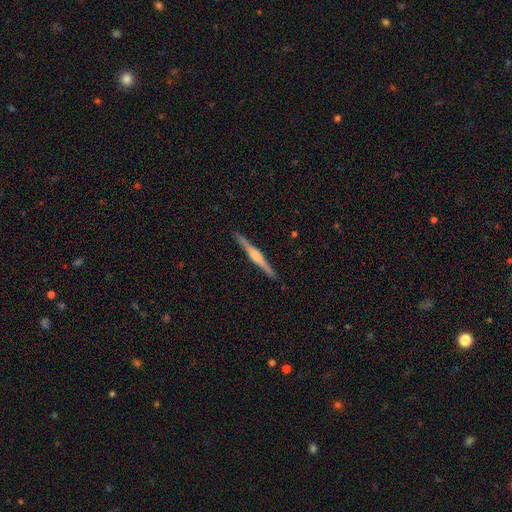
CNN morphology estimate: Smooth or featured: featured or disk — 78% (smooth — 17%)
Edge-on disk: yes — 98% (no — 2%)
Edge-on bulge: rounded — 71% (boxy — 21%)
Merging: none — 92% (minor disturbance — 6%)